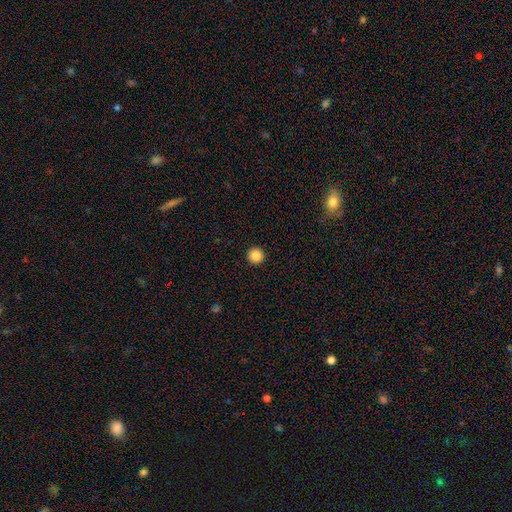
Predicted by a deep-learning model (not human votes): smooth-or-featured: smooth: 87% | star or artifact: 10% | featured or disk: 3%
  how-rounded: round: 96% | in between: 3% | cigar-shaped: 1%
  merging: none: 94% | minor disturbance: 4% | major disturbance: 1% | merger: 1%